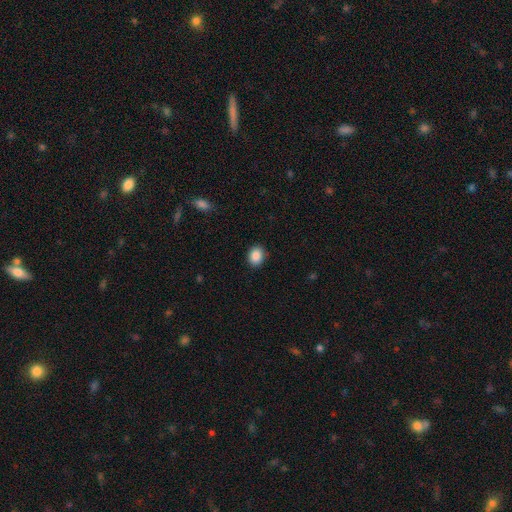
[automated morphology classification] A smooth galaxy with no disk features (88%) that is in between round and cigar-shaped (57%).

Vote fractions:
- Smooth or featured? smooth: 88% / star or artifact: 8% / featured or disk: 3%
- How rounded? in between: 57% / round: 42% / cigar-shaped: 1%
- Merging? none: 89% / minor disturbance: 8% / major disturbance: 2% / merger: 1%